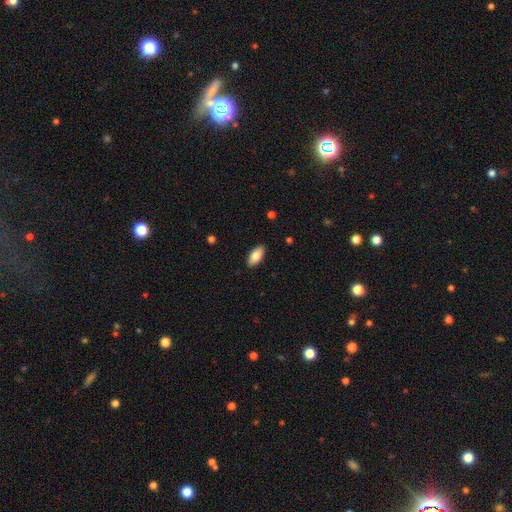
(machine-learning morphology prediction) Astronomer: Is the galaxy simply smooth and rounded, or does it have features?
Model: smooth — 81%.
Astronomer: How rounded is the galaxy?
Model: in between — 91%.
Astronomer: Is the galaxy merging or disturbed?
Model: none — 89%.